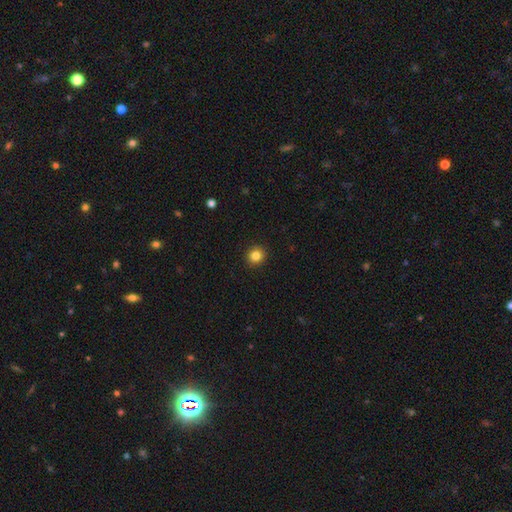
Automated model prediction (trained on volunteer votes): smooth_or_featured: smooth (p=0.84) [alt: star or artifact p=0.11]
how_rounded: round (p=0.91) [alt: in between p=0.08]
merging: none (p=0.93) [alt: minor disturbance p=0.05]